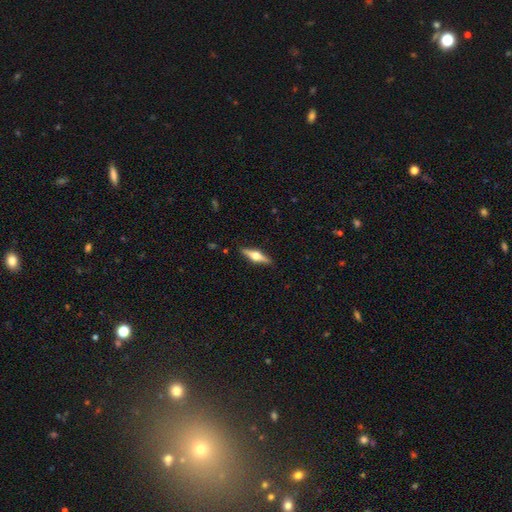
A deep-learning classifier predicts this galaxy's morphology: The model was most divided on "smooth or featured": featured or disk: 69%, smooth: 25%, star or artifact: 5%. More confident: edge-on disk — yes (97%); edge-on bulge — rounded (96%); merging — none (90%).